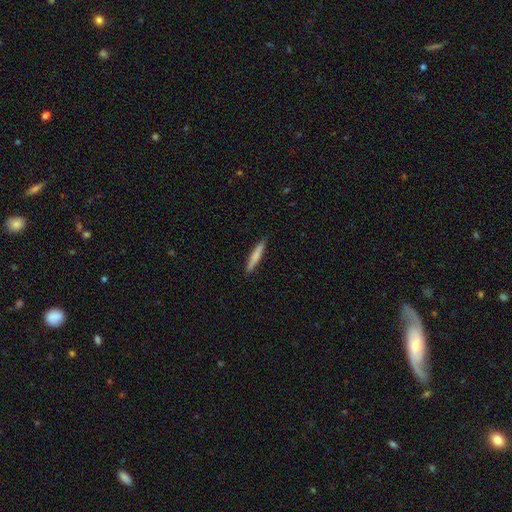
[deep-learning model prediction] Overall: smooth (74%). How rounded: cigar-shaped (94%). Merging: none (91%).